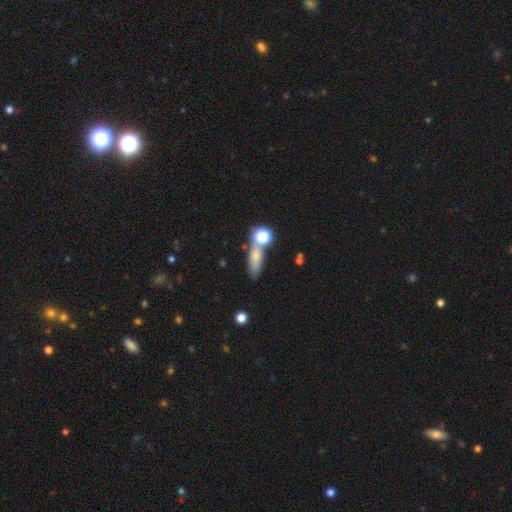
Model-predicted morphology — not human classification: smooth-or-featured: smooth: 72% | featured or disk: 15% | star or artifact: 13%
  how-rounded: in between: 46% | cigar-shaped: 41% | round: 13%
  merging: none: 60% | merger: 19% | minor disturbance: 15% | major disturbance: 6%